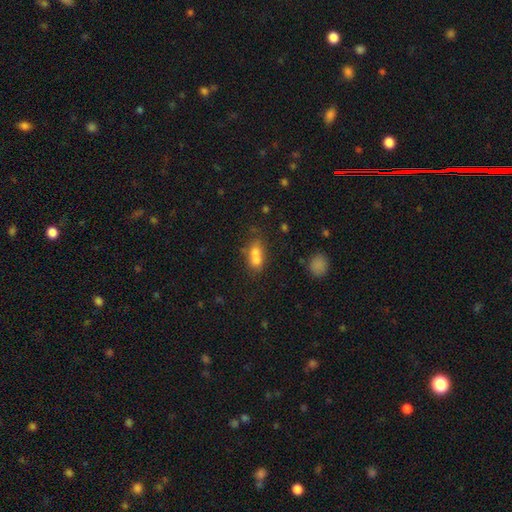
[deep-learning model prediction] smooth-or-featured: smooth: 69% | featured or disk: 19% | star or artifact: 12%
  how-rounded: in between: 66% | round: 28% | cigar-shaped: 6%
  merging: merger: 55% | none: 29% | minor disturbance: 10% | major disturbance: 5%